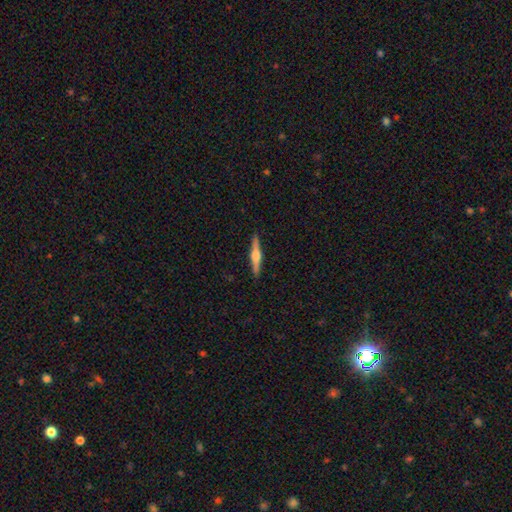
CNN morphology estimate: Smooth or featured? Predicted: featured or disk (p=0.71). Edge-on disk? Predicted: yes (p=0.98). Edge-on bulge? Predicted: rounded (p=0.91). Merging? Predicted: none (p=0.91).